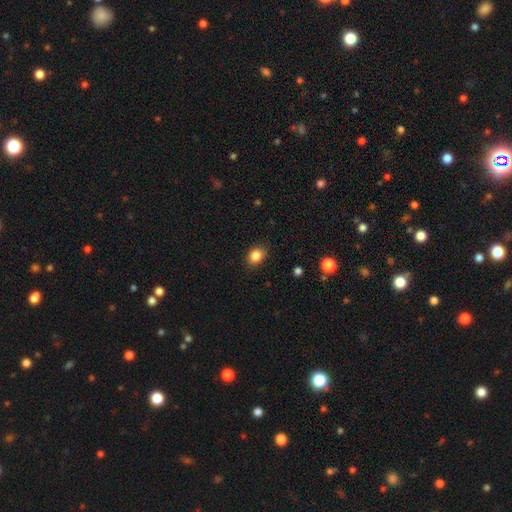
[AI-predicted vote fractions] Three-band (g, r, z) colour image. It shows a smooth galaxy with no disk features (85%) that is in between round and cigar-shaped (57%). Merging: none (85%).